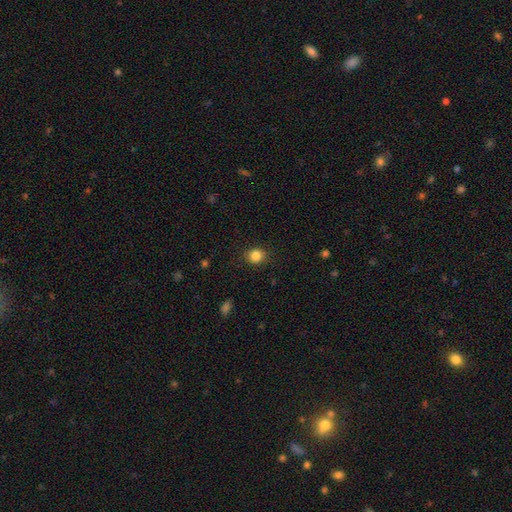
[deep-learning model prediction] Q: Smooth or featured?
A: smooth (84%); runner-up: star or artifact (11%)
Q: How rounded?
A: round (79%); runner-up: in between (20%)
Q: Merging?
A: none (87%); runner-up: minor disturbance (9%)